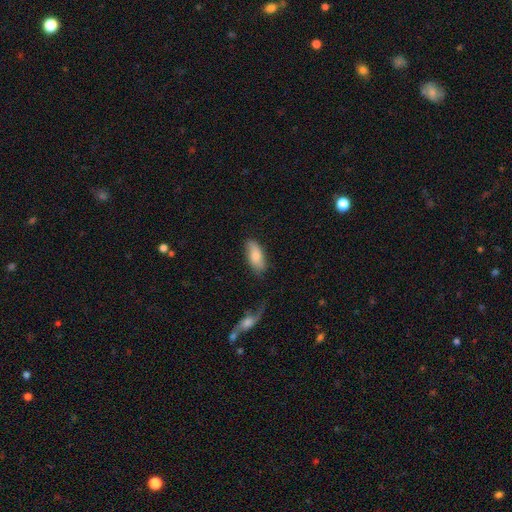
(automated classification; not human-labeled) Smooth or featured? Predicted: smooth (p=0.77). How rounded? Predicted: in between (p=0.82). Merging? Predicted: none (p=0.70).